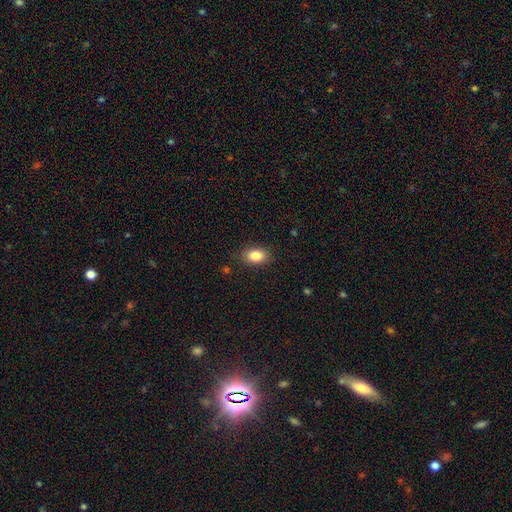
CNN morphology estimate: Overall: smooth (85%). How rounded: in between (82%). Merging: none (86%).